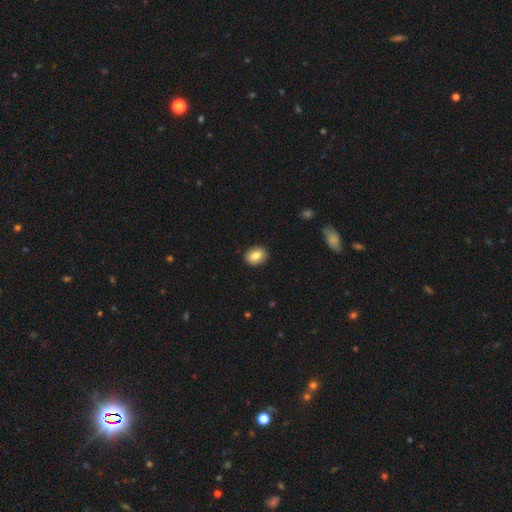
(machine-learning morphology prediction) Smooth or featured? smooth (82%)
How rounded? in between (57%)
Merging? none (90%)